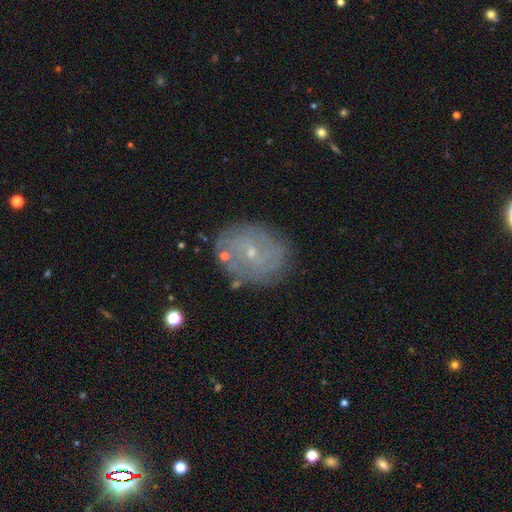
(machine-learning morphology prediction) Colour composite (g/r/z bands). It shows a featured or disk galaxy (64%) with no bar (63%), spiral arms (77%) and a small central bulge (82%). Merging: none (80%).